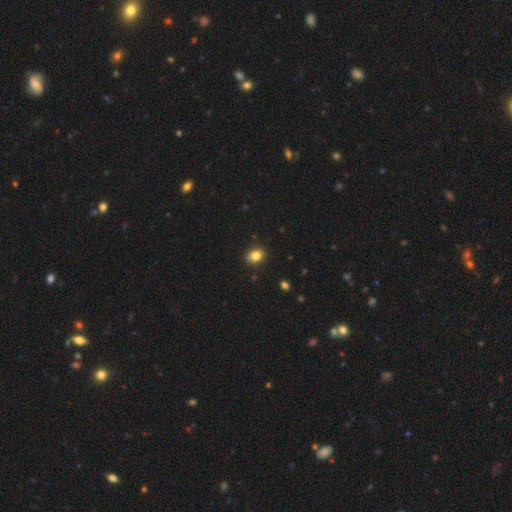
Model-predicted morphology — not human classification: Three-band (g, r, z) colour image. It shows a smooth galaxy with no disk features (82%) that is in between round and cigar-shaped (50%). Merging: none (80%).